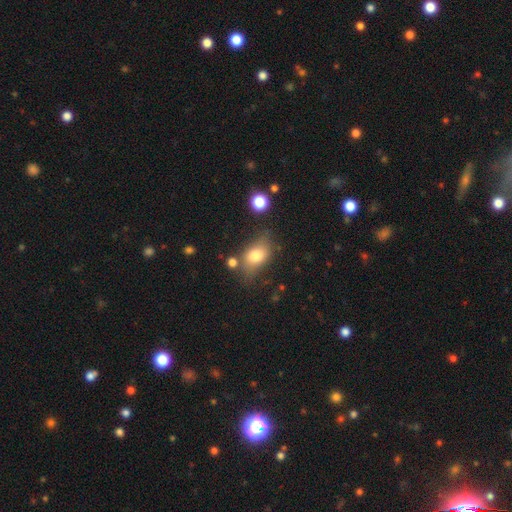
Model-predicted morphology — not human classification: The model was most divided on "merging": none: 61%, minor disturbance: 22%, major disturbance: 9%, merger: 8%. More confident: how rounded — in between (80%); smooth or featured — smooth (76%).